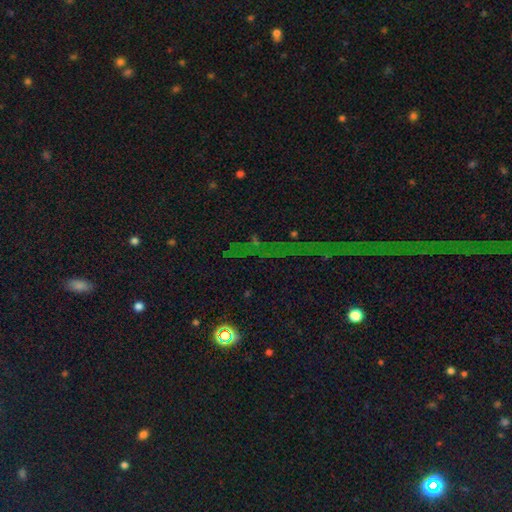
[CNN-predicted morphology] type=star or artifact (80%).